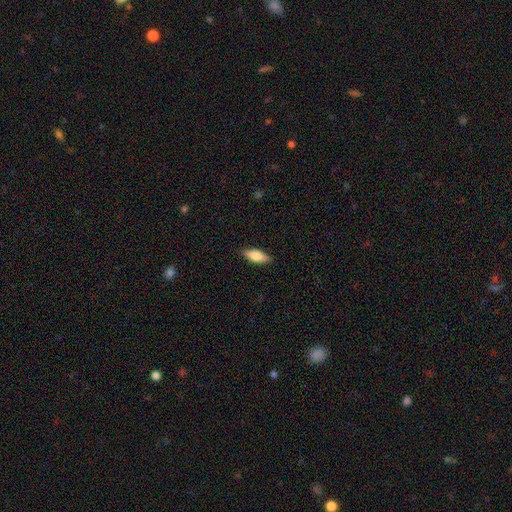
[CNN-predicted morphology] smooth 73%, featured or disk 21%, star or artifact 6%. Down the decision tree: how rounded — in between (69%); merging — none (88%).